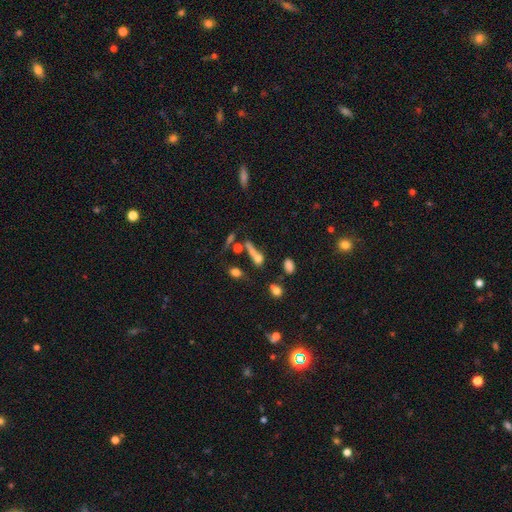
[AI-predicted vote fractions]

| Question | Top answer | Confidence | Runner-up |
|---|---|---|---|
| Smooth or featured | smooth | 61% | featured or disk (20%) |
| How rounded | in between | 50% | round (28%) |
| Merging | merger | 41% | none (36%) |